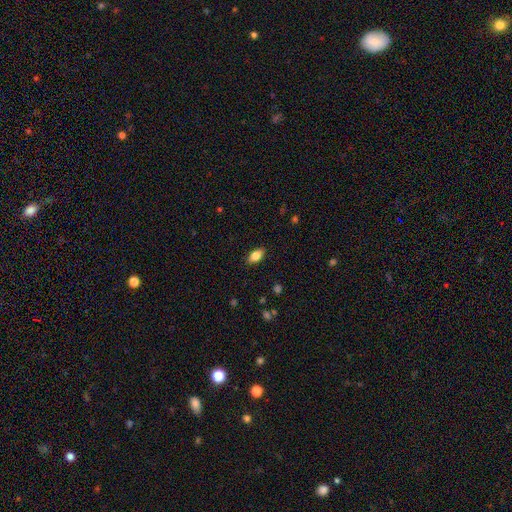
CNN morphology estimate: Overall: smooth (80%). How rounded: in between (89%). Merging: none (87%).